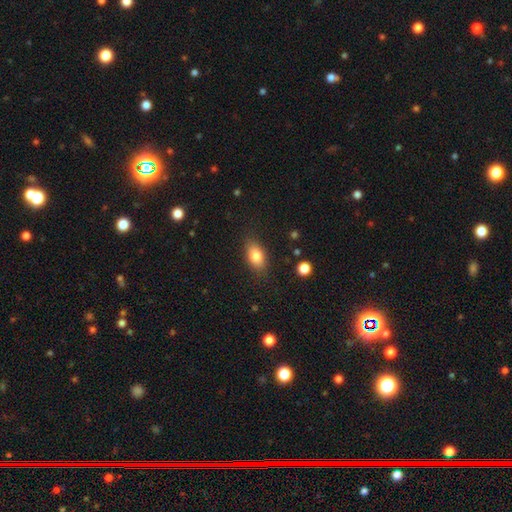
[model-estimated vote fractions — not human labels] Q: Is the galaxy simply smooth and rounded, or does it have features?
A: smooth — 81%.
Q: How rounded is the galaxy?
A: in between — 86%.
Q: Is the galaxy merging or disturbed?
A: none — 83%.